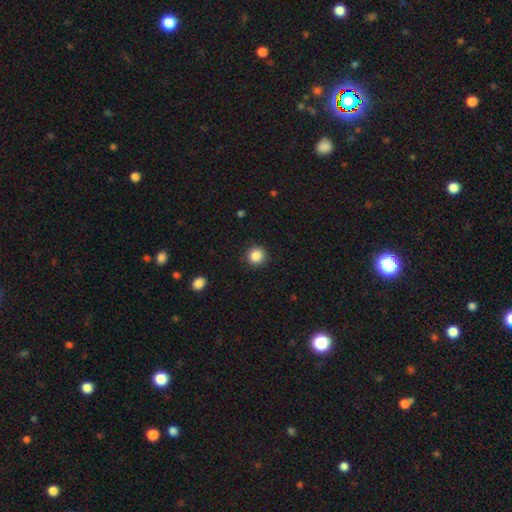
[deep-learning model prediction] A smooth galaxy with no disk features (86%) that is round (93%).

Vote fractions:
- Smooth or featured? smooth: 86% / star or artifact: 10% / featured or disk: 4%
- How rounded? round: 93% / in between: 6% / cigar-shaped: 1%
- Merging? none: 91% / minor disturbance: 6% / major disturbance: 2% / merger: 1%